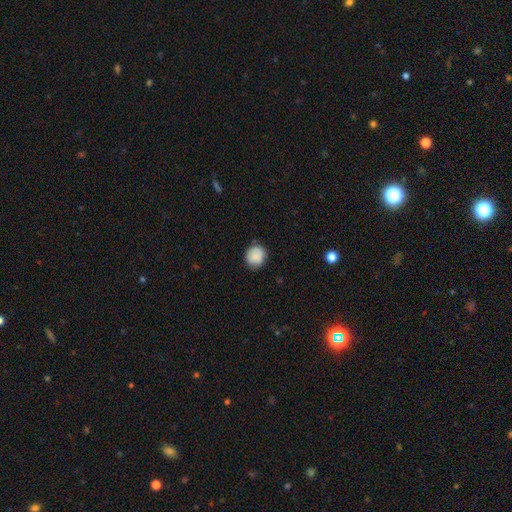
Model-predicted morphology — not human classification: Smooth or featured?
  - smooth: 86% *
  - star or artifact: 8%
  - featured or disk: 6%
How rounded?
  - round: 80% *
  - in between: 19%
  - cigar-shaped: 1%
Merging?
  - none: 79% *
  - minor disturbance: 17%
  - major disturbance: 3%
  - merger: 2%